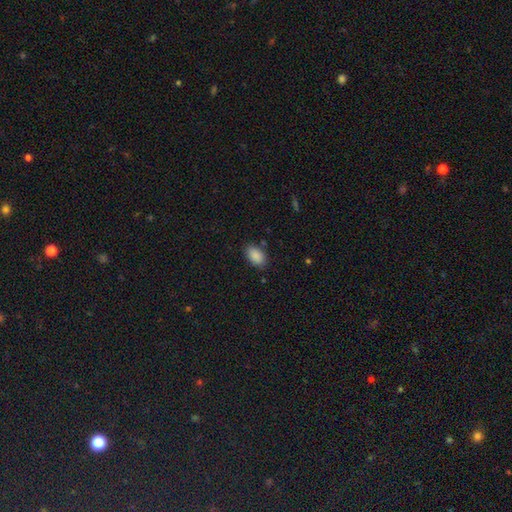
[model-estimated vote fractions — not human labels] The model was most divided on "merging": none: 83%, minor disturbance: 12%, major disturbance: 3%, merger: 2%. More confident: how rounded — in between (92%); smooth or featured — smooth (89%).